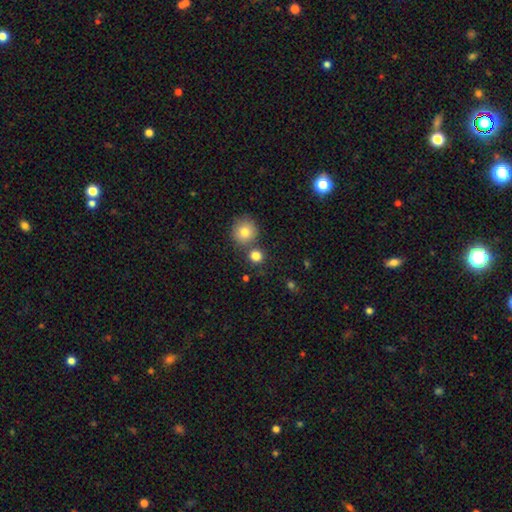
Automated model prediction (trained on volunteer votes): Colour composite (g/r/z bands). It shows a smooth galaxy with no disk features (80%) that is round (89%). Merging: none (69%).